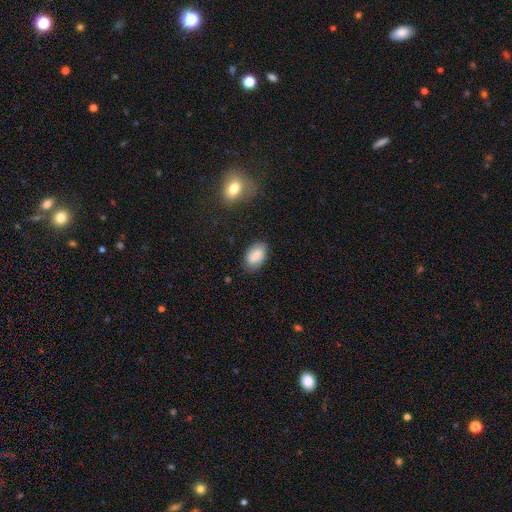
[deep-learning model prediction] Smooth or featured: smooth — 71% (featured or disk — 21%)
How rounded: in between — 90% (round — 8%)
Merging: none — 79% (minor disturbance — 16%)